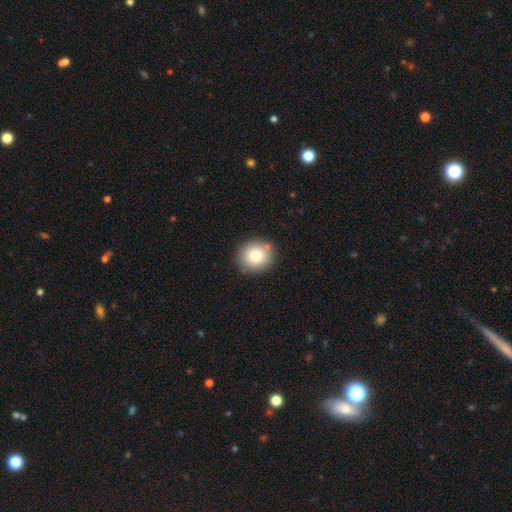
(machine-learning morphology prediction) This is clearly a smooth galaxy (83%). How rounded: likely round (76%). Merging: clearly none (83%).